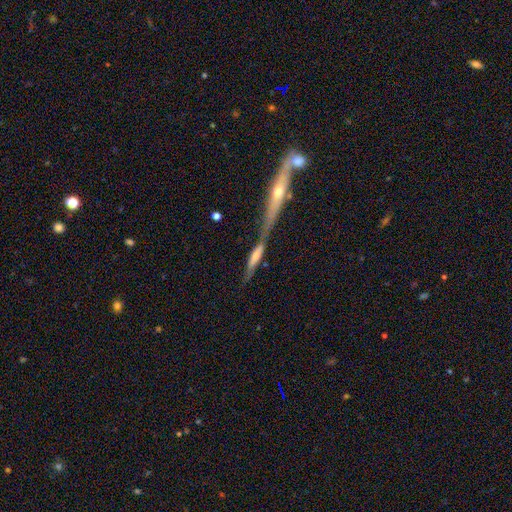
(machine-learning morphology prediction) smooth_or_featured: featured or disk (p=0.48) [alt: smooth p=0.44]
merging: merger (p=0.43) [alt: none p=0.35]